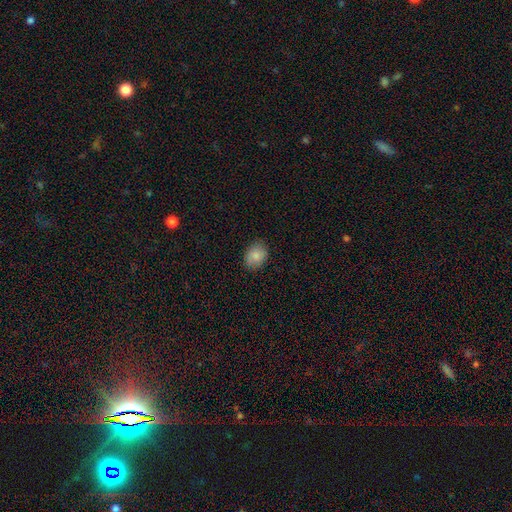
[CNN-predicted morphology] A smooth galaxy with no disk features (84%) that is in between round and cigar-shaped (60%).

Vote fractions:
- Smooth or featured? smooth: 84% / featured or disk: 8% / star or artifact: 8%
- How rounded? in between: 60% / round: 39% / cigar-shaped: 1%
- Merging? none: 84% / minor disturbance: 13% / major disturbance: 3% / merger: 1%